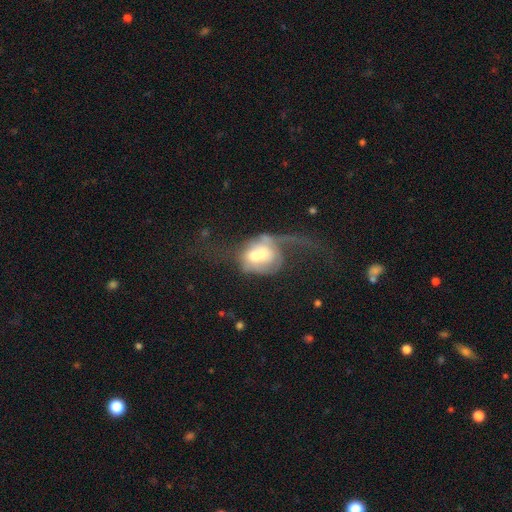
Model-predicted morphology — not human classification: smooth_or_featured: featured or disk (p=0.53) [alt: smooth p=0.39]
disk_edge_on: no (p=0.95) [alt: yes p=0.05]
bar: no (p=0.70) [alt: weak p=0.23]
has_spiral_arms: no (p=0.57) [alt: yes p=0.43]
bulge_size: moderate (p=0.53) [alt: large p=0.21]
merging: merger (p=0.46) [alt: major disturbance p=0.35]